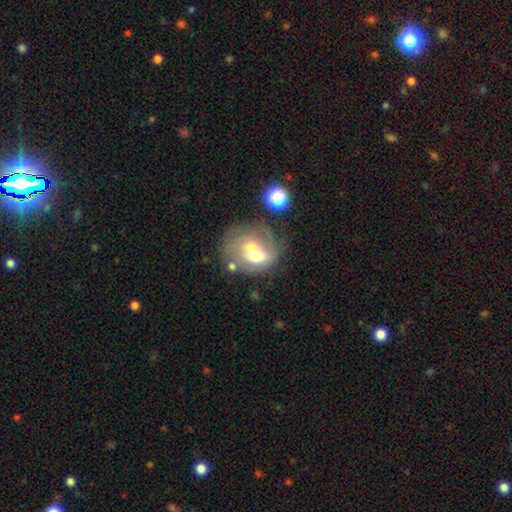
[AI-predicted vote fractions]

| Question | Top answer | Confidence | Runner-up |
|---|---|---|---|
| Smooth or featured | smooth | 46% | featured or disk (43%) |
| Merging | merger | 50% | none (24%) |